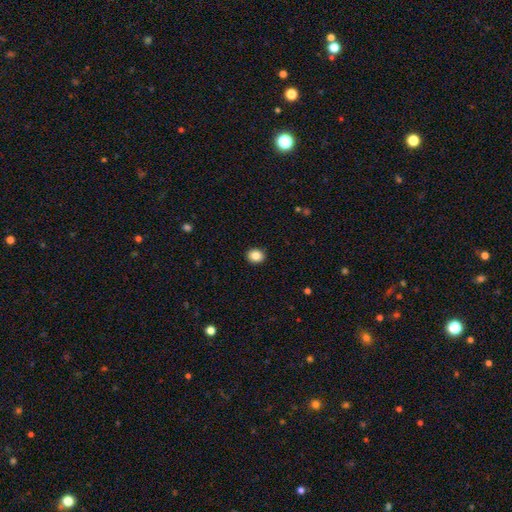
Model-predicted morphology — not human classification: A smooth galaxy with no disk features (85%) that is round (66%). Merging: none (92%).